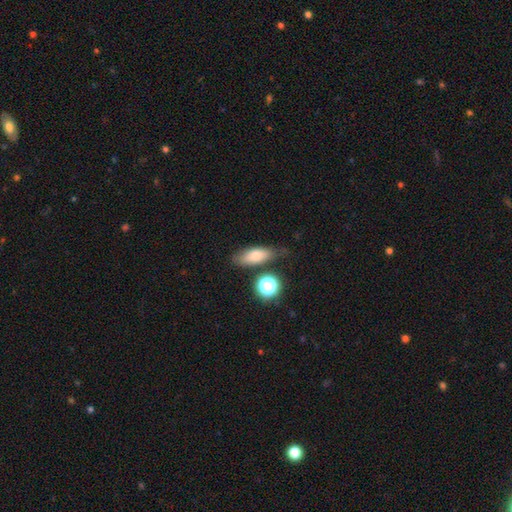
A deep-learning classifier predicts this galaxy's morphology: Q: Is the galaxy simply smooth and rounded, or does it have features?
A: smooth — 75%.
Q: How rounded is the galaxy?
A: in between — 67%.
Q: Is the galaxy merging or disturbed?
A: none — 65%.